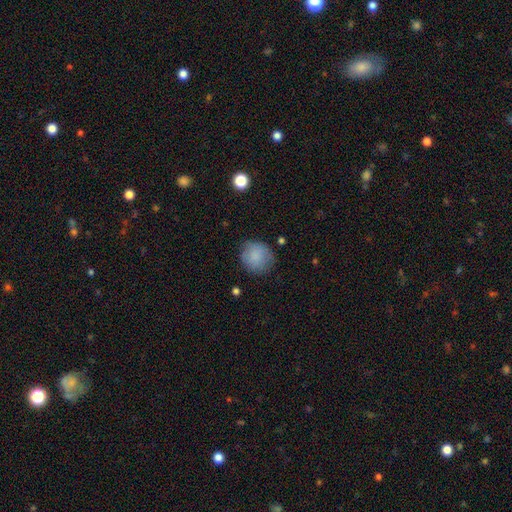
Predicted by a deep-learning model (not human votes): smooth 85%, featured or disk 8%, star or artifact 8%. Down the decision tree: how rounded — round (86%); merging — none (76%).